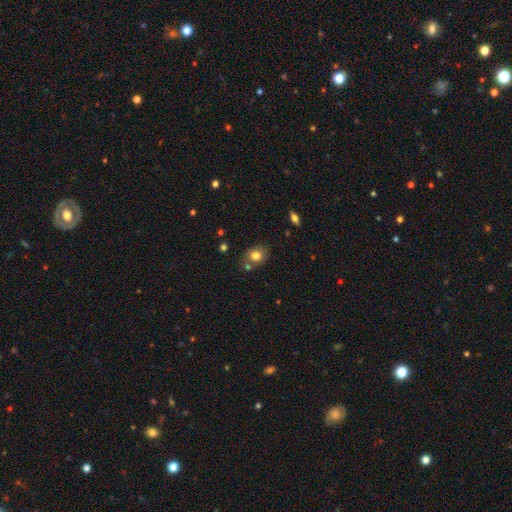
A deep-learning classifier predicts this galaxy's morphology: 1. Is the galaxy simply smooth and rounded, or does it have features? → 78% smooth, 11% star or artifact, 11% featured or disk.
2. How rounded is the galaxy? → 56% round, 43% in between, 1% cigar-shaped.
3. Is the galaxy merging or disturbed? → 68% none, 14% merger, 14% minor disturbance, 4% major disturbance.